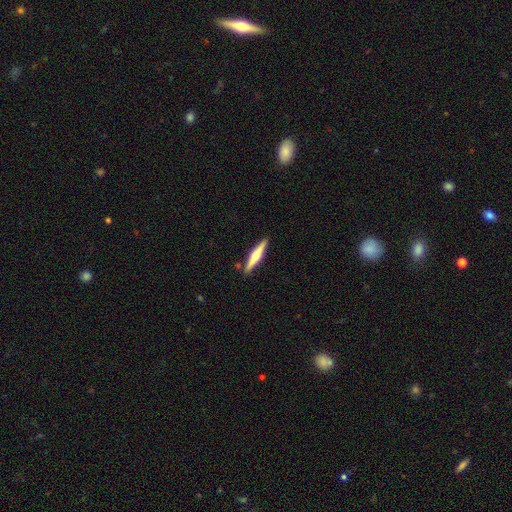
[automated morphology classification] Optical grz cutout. It shows a featured or disk galaxy (61%) viewed edge-on (97%) with a rounded central bulge (87%). Merging: none (89%).